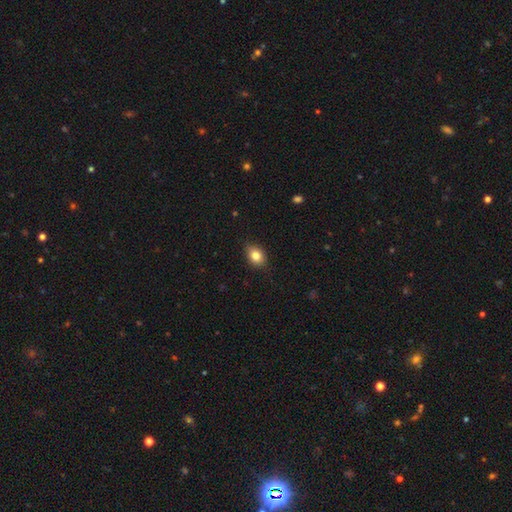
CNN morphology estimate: This appears to be a smooth galaxy with no disk features (82%) that is in between round and cigar-shaped (65%). Merging: none (82%).